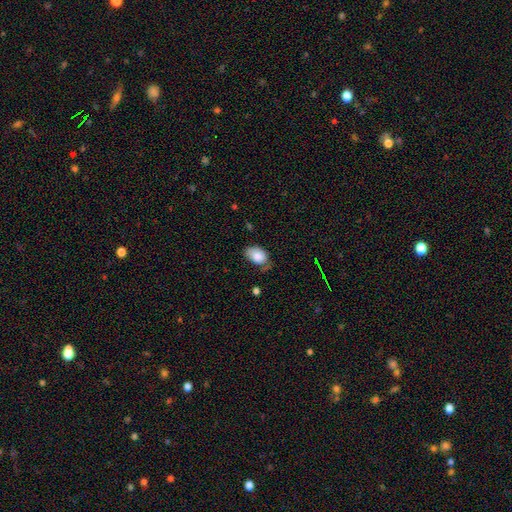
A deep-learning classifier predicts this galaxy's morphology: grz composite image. It shows a smooth galaxy with no disk features (82%) that is in between round and cigar-shaped (88%). Merging: none (47%).